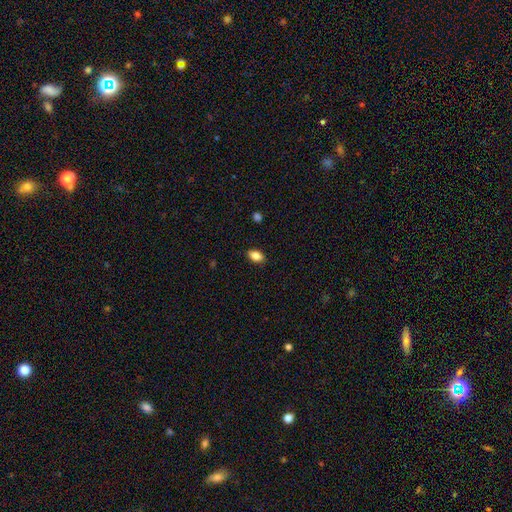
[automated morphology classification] The model was most divided on "smooth or featured": smooth: 85%, star or artifact: 8%, featured or disk: 7%. More confident: how rounded — in between (89%); merging — none (88%).